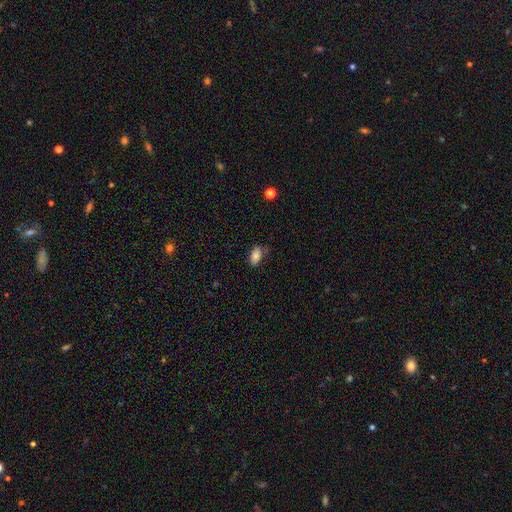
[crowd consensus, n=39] Smooth or featured? smooth (92%)
How rounded? in between (97%)
Merging? none (78%)